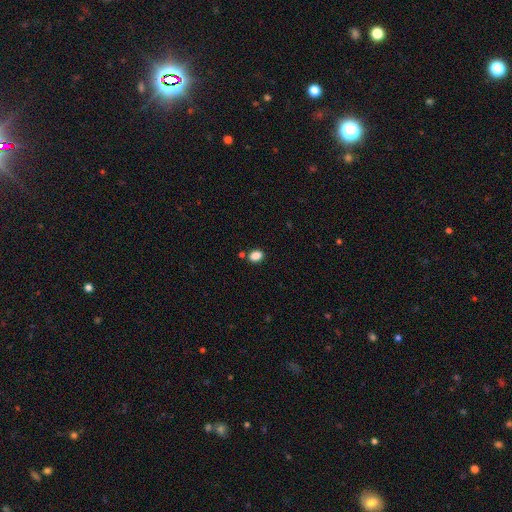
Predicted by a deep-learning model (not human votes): The model was most divided on "how rounded": in between: 73%, round: 26%, cigar-shaped: 1%. More confident: smooth or featured — smooth (86%); merging — none (79%).